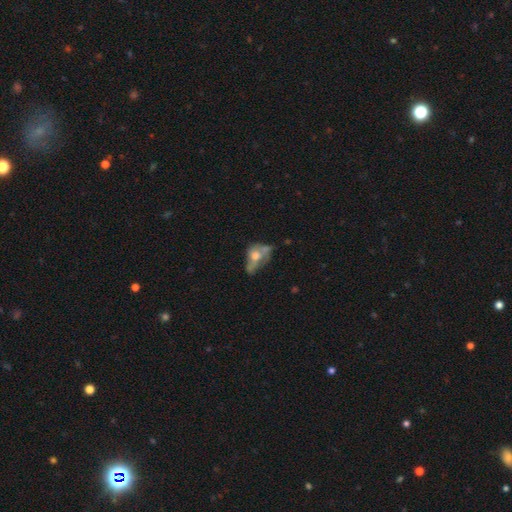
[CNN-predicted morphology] Smooth or featured?
  - featured or disk: 45% *
  - smooth: 43%
  - star or artifact: 11%
Merging?
  - major disturbance: 33% *
  - none: 27%
  - minor disturbance: 24%
  - merger: 16%